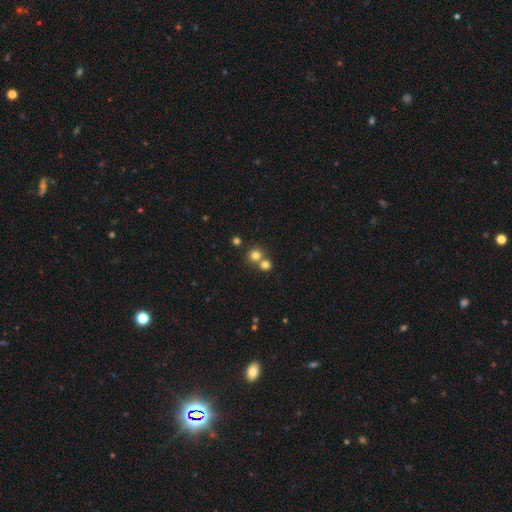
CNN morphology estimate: A smooth galaxy with no disk features (77%) that is round (89%).

Vote fractions:
- Smooth or featured? smooth: 77% / star or artifact: 15% / featured or disk: 8%
- How rounded? round: 89% / in between: 10% / cigar-shaped: 1%
- Merging? none: 54% / merger: 39% / minor disturbance: 5% / major disturbance: 2%